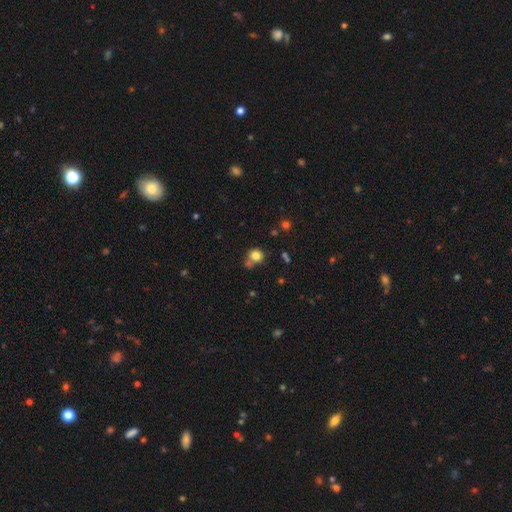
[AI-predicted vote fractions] Smooth or featured?
  - smooth: 80% *
  - star or artifact: 12%
  - featured or disk: 7%
How rounded?
  - round: 82% *
  - in between: 17%
  - cigar-shaped: 1%
Merging?
  - none: 59% *
  - merger: 20%
  - minor disturbance: 15%
  - major disturbance: 6%